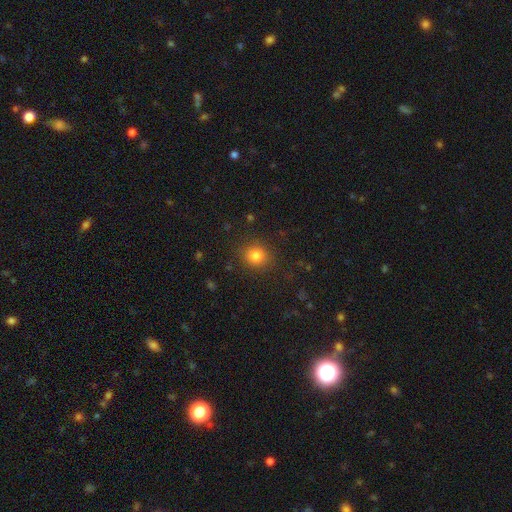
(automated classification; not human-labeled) A smooth galaxy with no disk features (82%) that is round (82%). Merging: none (87%).